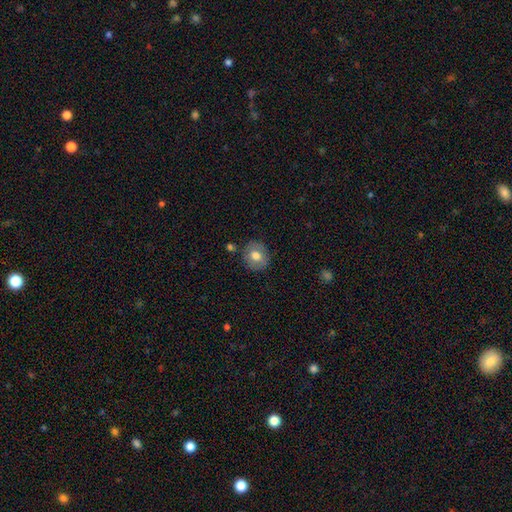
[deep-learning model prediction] smooth 71%, featured or disk 21%, star or artifact 8%. Down the decision tree: how rounded — round (76%); merging — none (83%).